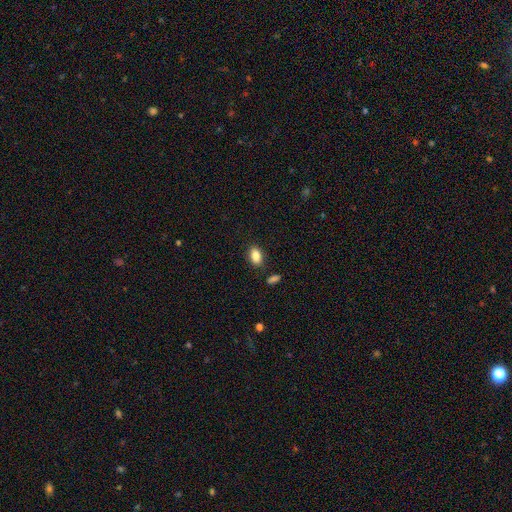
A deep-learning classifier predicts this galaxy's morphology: type=smooth (87%); roundness=in between (89%); merging=none (84%).